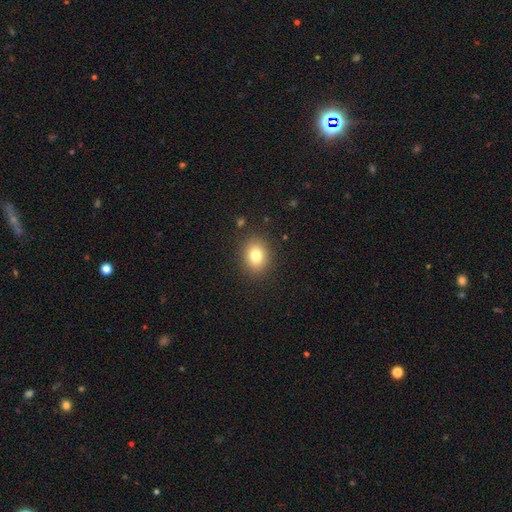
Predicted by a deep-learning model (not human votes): A smooth galaxy with no disk features (79%) that is round (57%). Merging: none (88%).